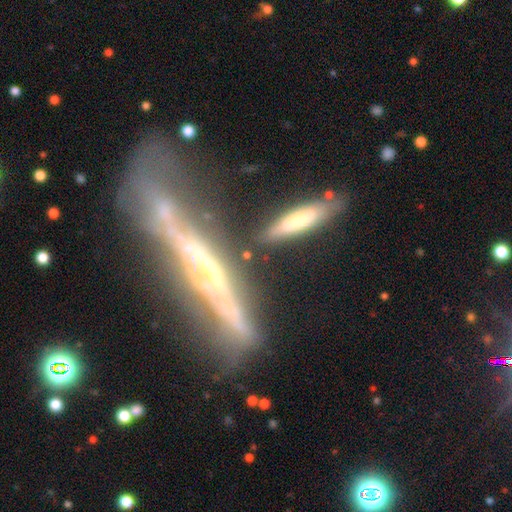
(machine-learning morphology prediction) This appears to be a featured or disk galaxy (75%) viewed edge-on (80%) with a rounded central bulge (56%). Merging: none (33%).